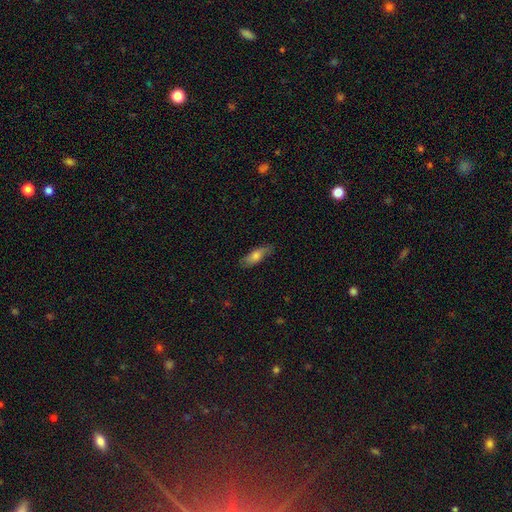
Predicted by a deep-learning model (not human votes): Q: Smooth or featured?
A: smooth (67%); runner-up: featured or disk (26%)
Q: How rounded?
A: in between (59%); runner-up: cigar-shaped (38%)
Q: Merging?
A: none (78%); runner-up: minor disturbance (18%)